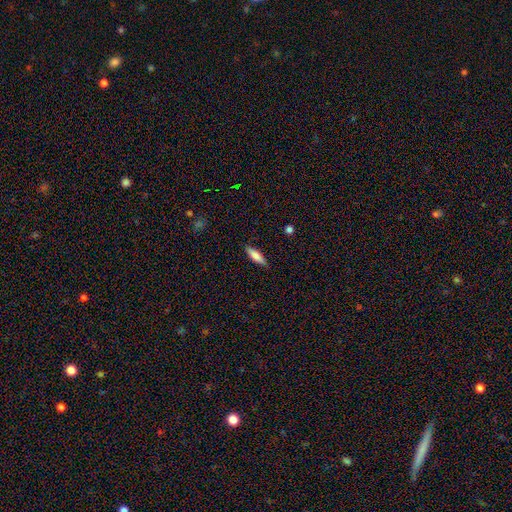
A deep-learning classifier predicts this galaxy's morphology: Overall: smooth (79%). How rounded: cigar-shaped (58%; in between 40%). Merging: none (86%).